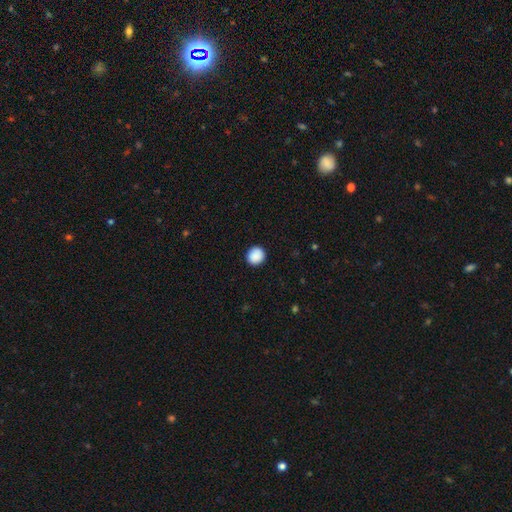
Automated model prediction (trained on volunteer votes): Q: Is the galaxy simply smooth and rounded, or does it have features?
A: smooth — 90%.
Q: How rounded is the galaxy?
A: round — 91%.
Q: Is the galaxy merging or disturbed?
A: none — 92%.